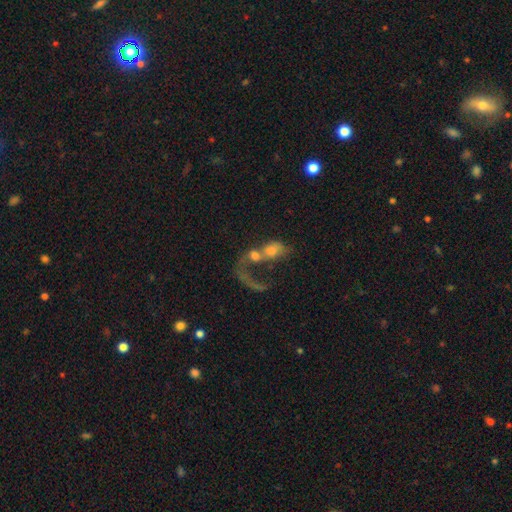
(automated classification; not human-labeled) A featured or disk galaxy (51%). Merging: merger (66%).